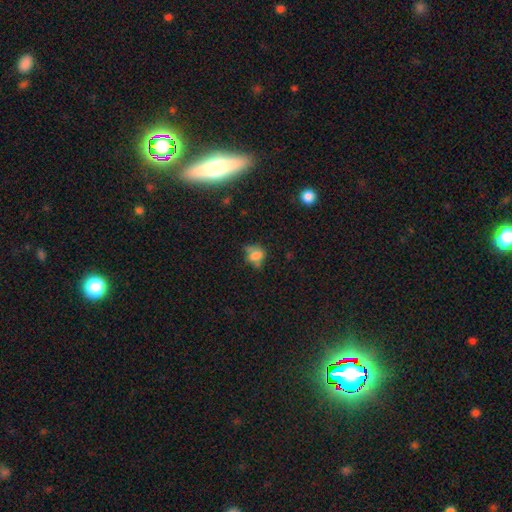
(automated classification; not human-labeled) Smooth or featured?
  - smooth: 69% *
  - featured or disk: 16%
  - star or artifact: 14%
How rounded?
  - round: 49% * (tied)
  - in between: 49% * (tied)
  - cigar-shaped: 2%
Merging?
  - none: 42% *
  - minor disturbance: 32%
  - major disturbance: 17%
  - merger: 8%